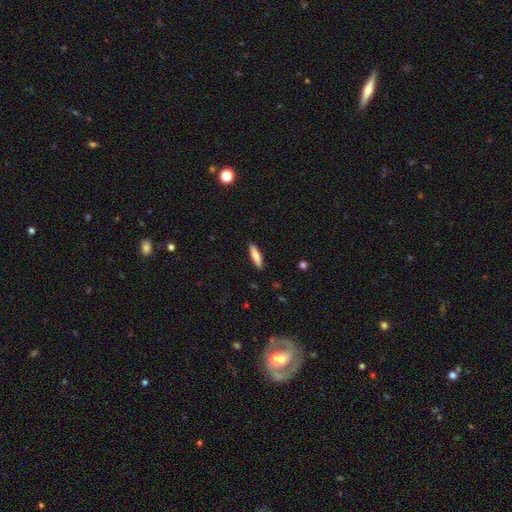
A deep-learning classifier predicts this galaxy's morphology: Smooth or featured?
  - smooth: 80% *
  - featured or disk: 14%
  - star or artifact: 6%
How rounded?
  - cigar-shaped: 71% *
  - in between: 27%
  - round: 2%
Merging?
  - none: 89% *
  - minor disturbance: 8%
  - major disturbance: 2%
  - merger: 1%